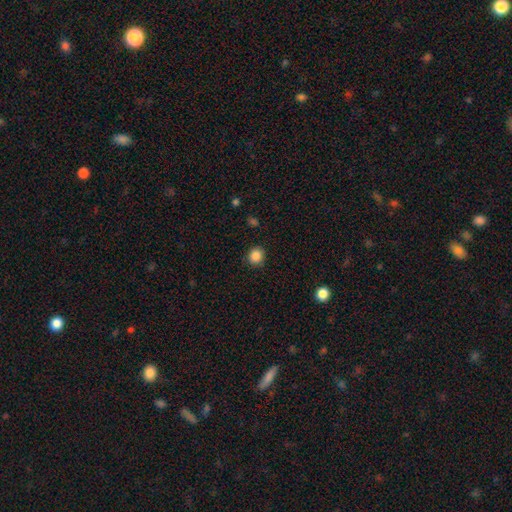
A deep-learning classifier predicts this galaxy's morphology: A smooth galaxy with no disk features (87%) that is round (85%). Merging: none (88%).